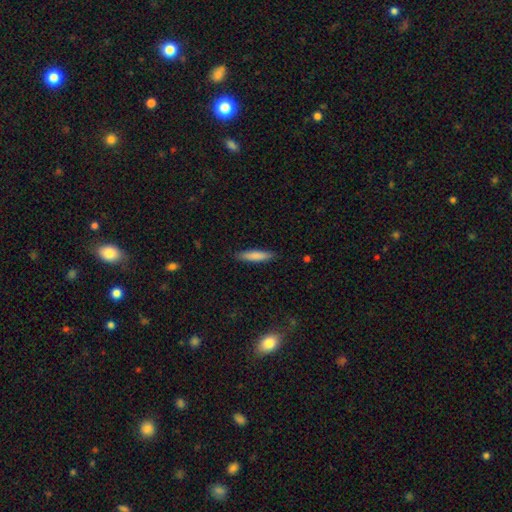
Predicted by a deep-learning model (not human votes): smooth_or_featured: smooth (p=0.82) [alt: featured or disk p=0.12]
how_rounded: cigar-shaped (p=0.83) [alt: in between p=0.16]
merging: none (p=0.88) [alt: minor disturbance p=0.09]